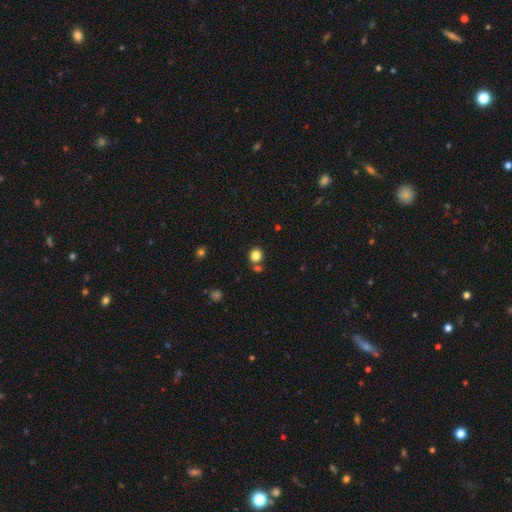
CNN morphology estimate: Overall: smooth (83%). How rounded: round (76%). Merging: none (70%).